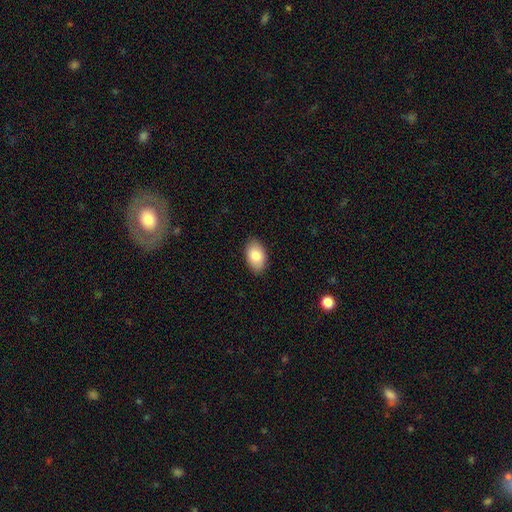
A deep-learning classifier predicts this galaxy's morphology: This appears to be a smooth galaxy with no disk features (84%) that is in between round and cigar-shaped (92%). Merging: none (87%).